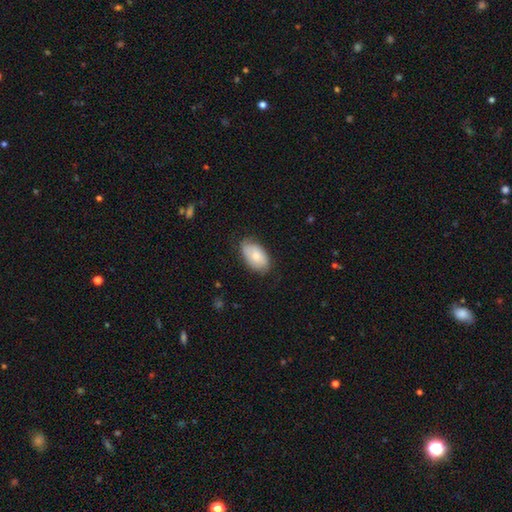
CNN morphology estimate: Overall: smooth (73%). How rounded: in between (94%). Merging: none (72%).